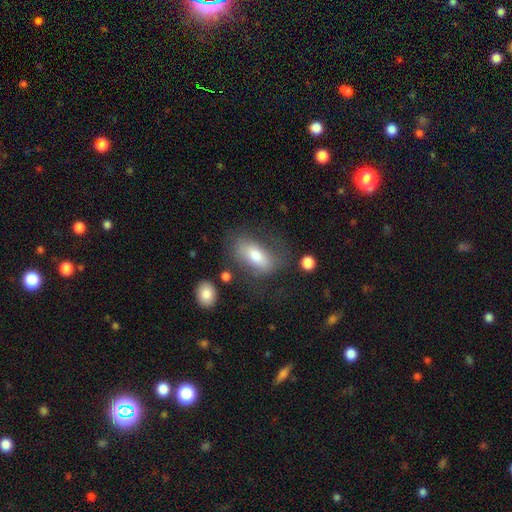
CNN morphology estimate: Smooth or featured: smooth — 63% (featured or disk — 29%)
How rounded: in between — 85% (cigar-shaped — 9%)
Merging: none — 56% (minor disturbance — 21%)